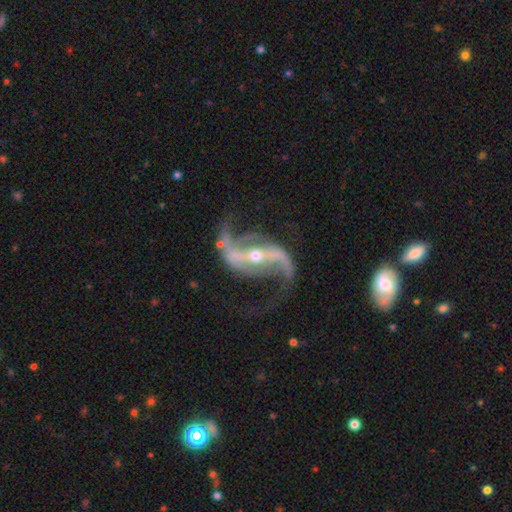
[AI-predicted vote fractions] smooth-or-featured: featured or disk: 93% | star or artifact: 5% | smooth: 2%
  disk-edge-on: no: 96% | yes: 4%
    bar: strong: 70% | weak: 19% | no: 11%
    has-spiral-arms: yes: 98% | no: 2%
      spiral-winding: loose: 67% | medium: 27% | tight: 6%
      spiral-arm-count: 2: 94% | 1: 1% | can't tell: 1% | 3: 1% | 4: 1% | more than 4: 1%
    bulge-size: small: 58% | moderate: 38% | large: 2% | none: 1% | dominant: 1%
  merging: none: 70% | minor disturbance: 15% | major disturbance: 12% | merger: 3%